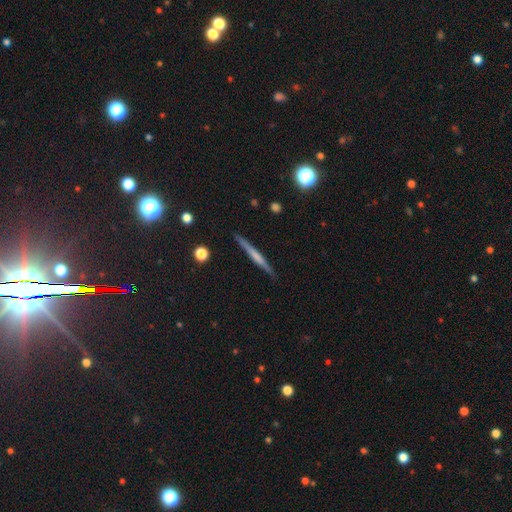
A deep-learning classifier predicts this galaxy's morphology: featured or disk 54%, smooth 39%, star or artifact 7%. Down the decision tree: edge-on disk — yes (97%); edge-on bulge — none (65%); merging — none (89%).